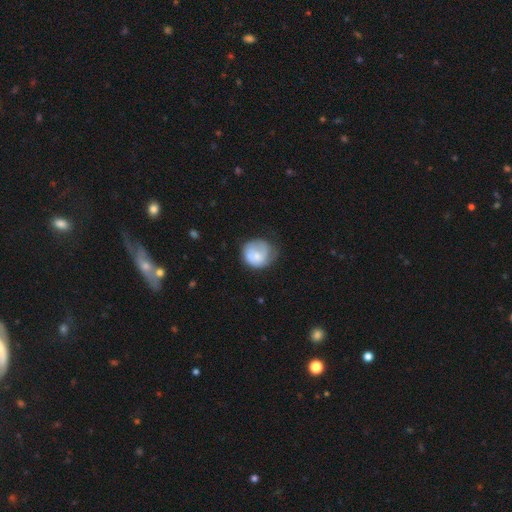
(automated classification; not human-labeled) Morphology: type=smooth (57%); roundness=round (79%); merging=none (48%).